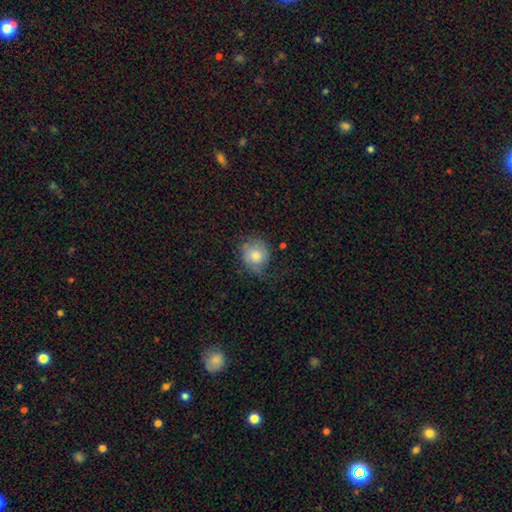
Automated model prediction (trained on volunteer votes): smooth_or_featured: smooth (p=0.62) [alt: featured or disk p=0.30]
how_rounded: round (p=0.77) [alt: in between p=0.22]
merging: none (p=0.48) [alt: minor disturbance p=0.30]